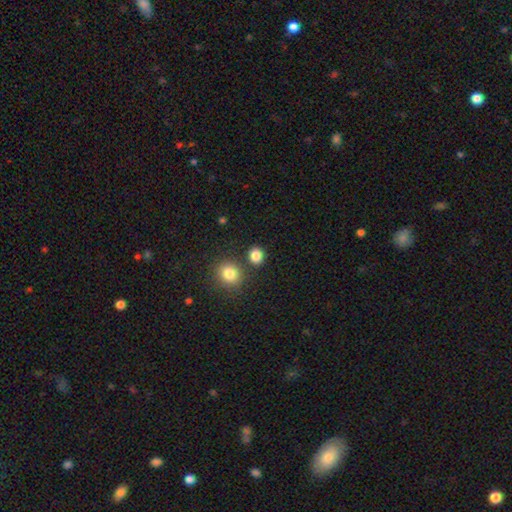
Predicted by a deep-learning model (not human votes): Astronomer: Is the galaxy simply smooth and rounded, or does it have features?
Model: smooth — 84%.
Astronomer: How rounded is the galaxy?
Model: round — 78%.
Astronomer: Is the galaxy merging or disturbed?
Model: none — 80%.